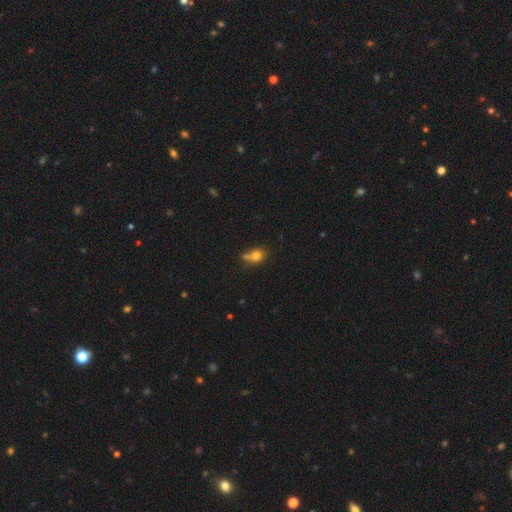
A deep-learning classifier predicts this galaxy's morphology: Smooth or featured? smooth (76%)
How rounded? round (61%)
Merging? none (41%)